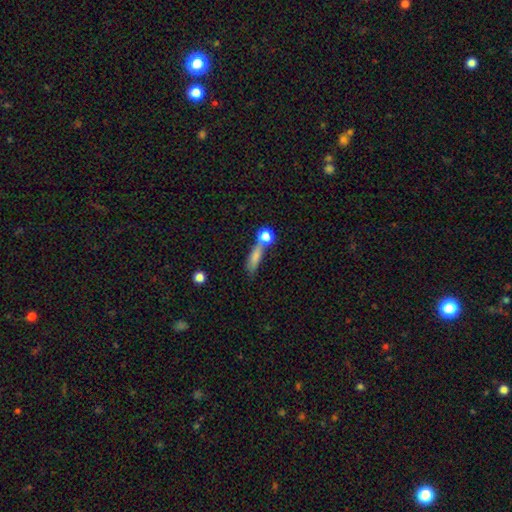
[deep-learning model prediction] smooth_or_featured: smooth (p=0.73) [alt: featured or disk p=0.16]
how_rounded: cigar-shaped (p=0.51) [alt: in between p=0.37]
merging: none (p=0.47) [alt: merger p=0.29]